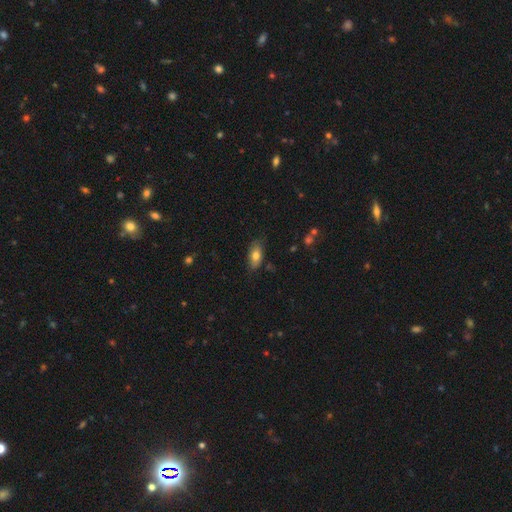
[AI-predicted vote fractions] This appears to be a smooth galaxy with no disk features (76%) that is in between round and cigar-shaped (88%). Merging: none (78%).